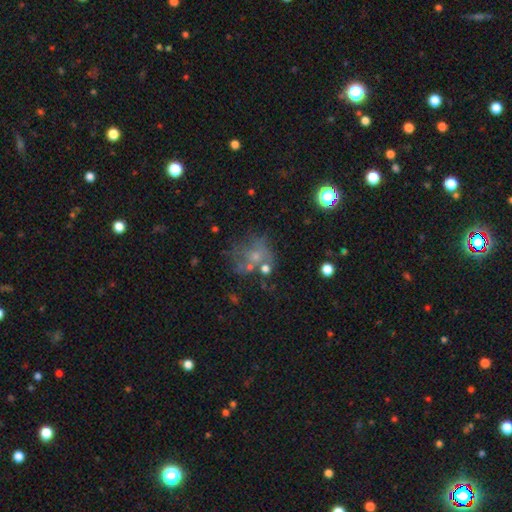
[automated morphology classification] Smooth or featured? smooth (39%)
Merging? none (45%)